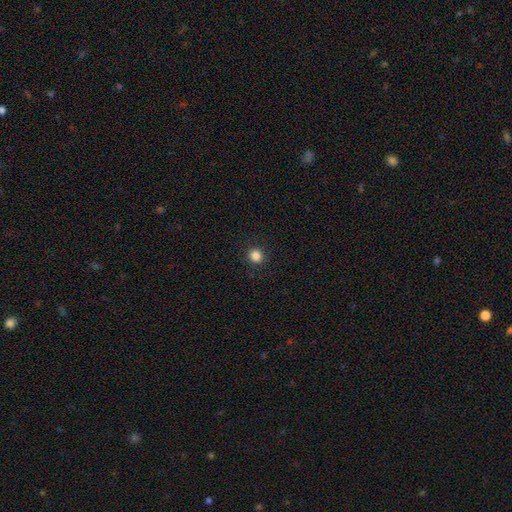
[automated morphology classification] The model was most divided on "smooth or featured": smooth: 85%, star or artifact: 11%, featured or disk: 3%. More confident: merging — none (92%); how rounded — round (91%).